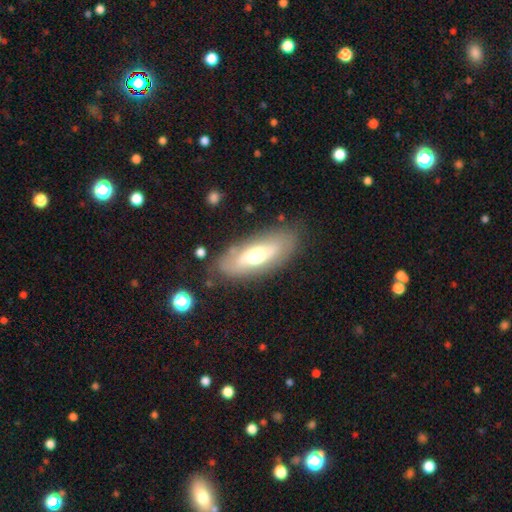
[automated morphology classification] smooth-or-featured: smooth: 51% | featured or disk: 42% | star or artifact: 7%
  how-rounded: in between: 78% | cigar-shaped: 19% | round: 3%
  merging: none: 78% | minor disturbance: 15% | major disturbance: 6% | merger: 2%